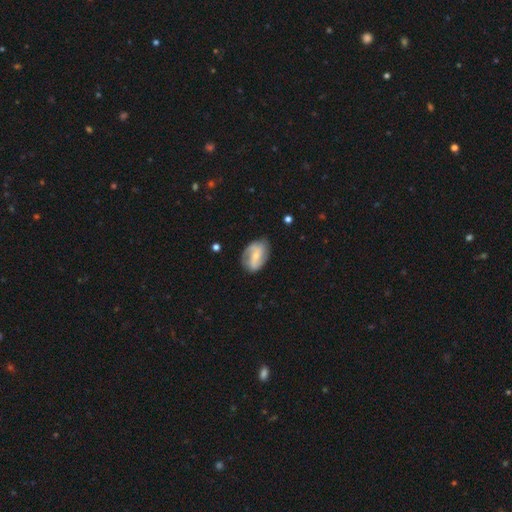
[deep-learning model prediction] featured or disk 65%, smooth 29%, star or artifact 6%. Down the decision tree: edge-on disk — no (96%); bar — weak (40%); spiral arms — yes (86%); spiral arm count — 2 (71%); spiral winding — medium (39%); bulge size — small (65%); merging — none (74%).